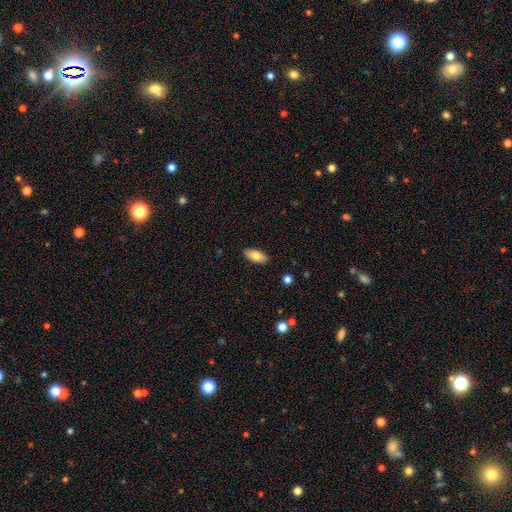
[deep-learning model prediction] Smooth or featured?
  - smooth: 78% *
  - featured or disk: 15%
  - star or artifact: 7%
How rounded?
  - in between: 88% *
  - cigar-shaped: 10%
  - round: 2%
Merging?
  - none: 89% *
  - minor disturbance: 8%
  - major disturbance: 2%
  - merger: 1%